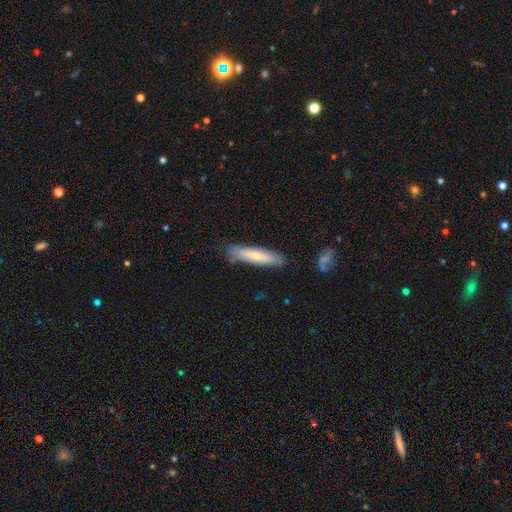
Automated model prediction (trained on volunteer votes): Smooth or featured: smooth — 70% (featured or disk — 24%)
How rounded: cigar-shaped — 83% (in between — 15%)
Merging: none — 82% (minor disturbance — 14%)